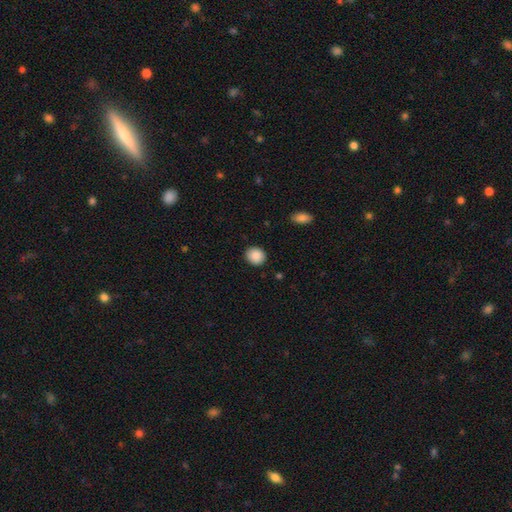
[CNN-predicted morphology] Smooth or featured? Predicted: smooth (p=0.89). How rounded? Predicted: round (p=0.76). Merging? Predicted: none (p=0.90).